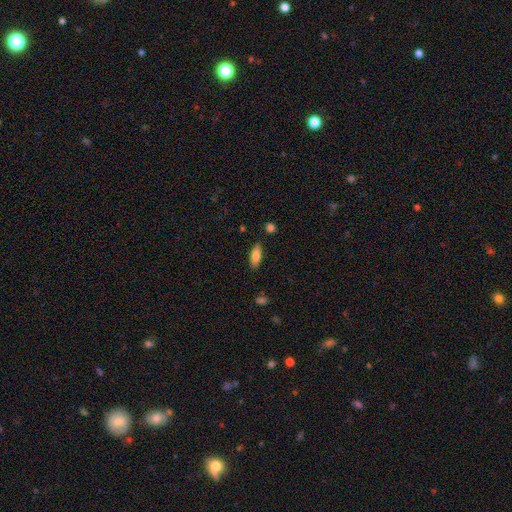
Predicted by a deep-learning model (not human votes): Overall: smooth (78%). How rounded: in between (74%). Merging: none (84%).